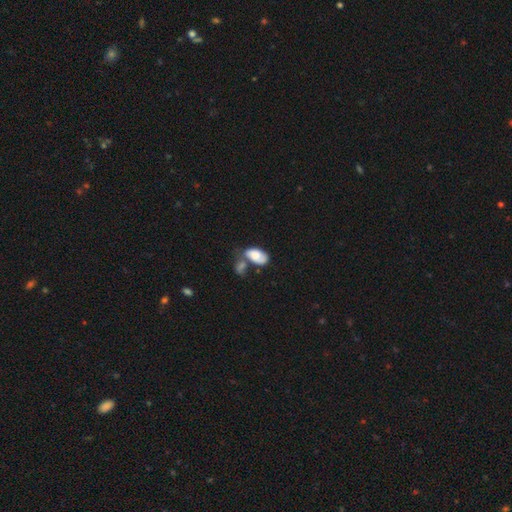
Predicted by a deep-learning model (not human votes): A smooth galaxy with no disk features (70%) that is in between round and cigar-shaped (94%). Merging: merger (49%).